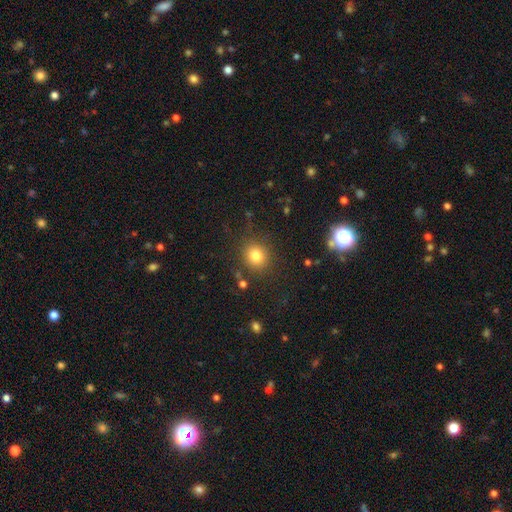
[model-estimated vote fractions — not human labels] Smooth or featured?
  - smooth: 80% *
  - star or artifact: 13%
  - featured or disk: 7%
How rounded?
  - round: 81% *
  - in between: 18%
  - cigar-shaped: 1%
Merging?
  - none: 85% *
  - minor disturbance: 9%
  - major disturbance: 4%
  - merger: 3%